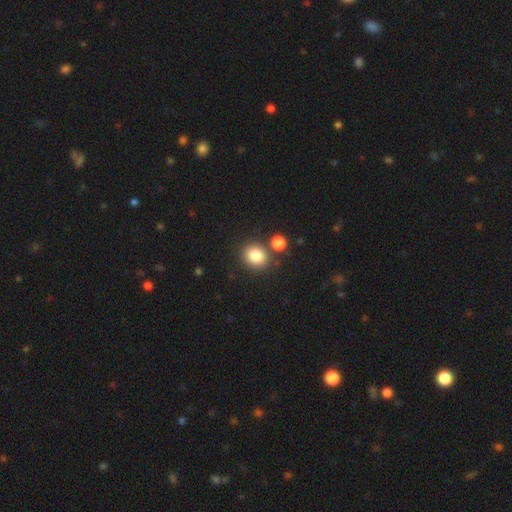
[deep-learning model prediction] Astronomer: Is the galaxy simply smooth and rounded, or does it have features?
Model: smooth — 83%.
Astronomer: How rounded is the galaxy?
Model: round — 74%.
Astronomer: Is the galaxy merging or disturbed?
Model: none — 75%.